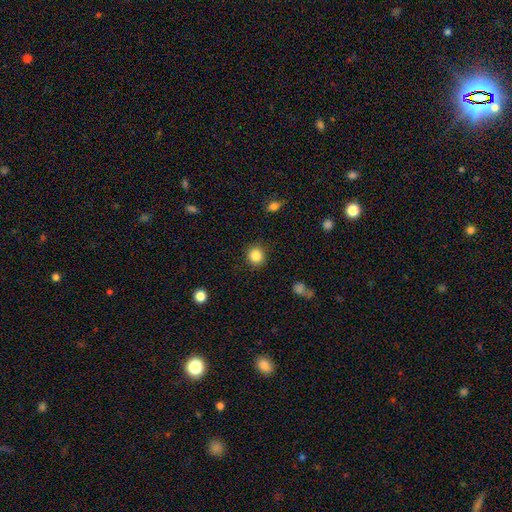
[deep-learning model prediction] smooth 86%, star or artifact 10%, featured or disk 4%. Down the decision tree: how rounded — round (89%); merging — none (90%).